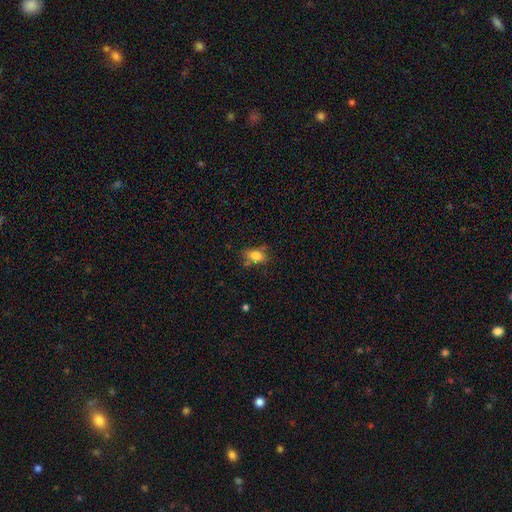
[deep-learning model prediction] smooth_or_featured: smooth (p=0.81) [alt: featured or disk p=0.10]
how_rounded: in between (p=0.83) [alt: round p=0.13]
merging: none (p=0.69) [alt: minor disturbance p=0.19]